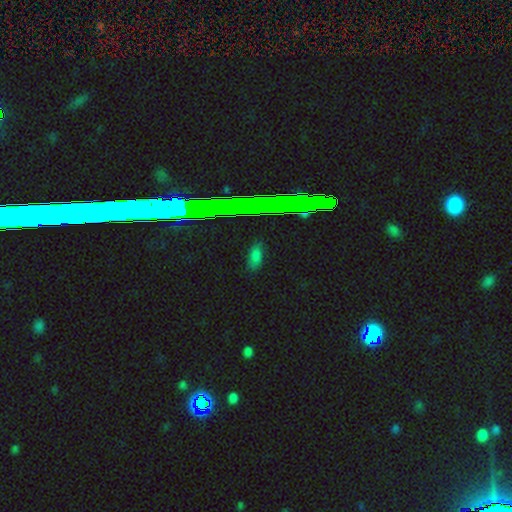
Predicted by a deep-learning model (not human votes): Overall: smooth (49%; star or artifact 34%). Merging: none (85%).